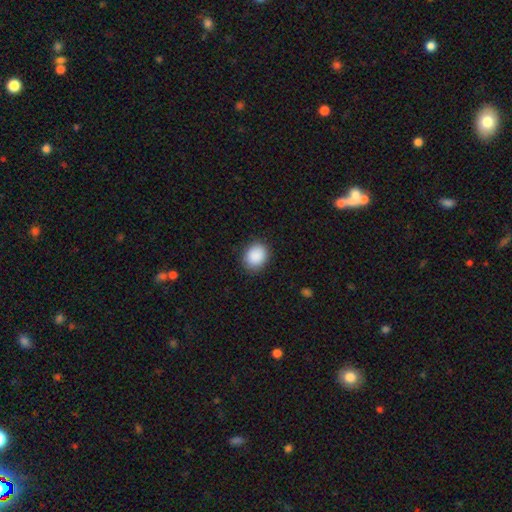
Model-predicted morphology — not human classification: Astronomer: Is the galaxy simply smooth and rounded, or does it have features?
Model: smooth — 90%.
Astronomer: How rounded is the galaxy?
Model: round — 55% (runner-up: in between, 44%).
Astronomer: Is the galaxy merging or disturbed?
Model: none — 87%.